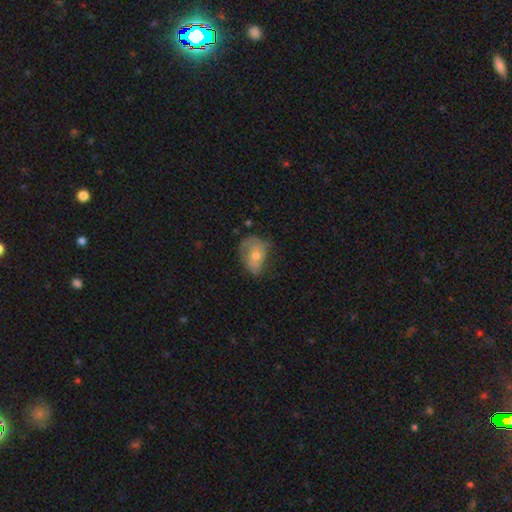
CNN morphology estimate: Q: Smooth or featured?
A: smooth (52%); runner-up: featured or disk (40%)
Q: How rounded?
A: in between (74%); runner-up: round (25%)
Q: Merging?
A: none (42%); runner-up: minor disturbance (36%)